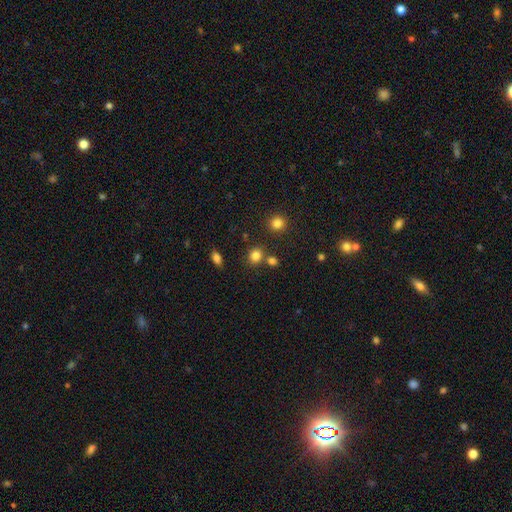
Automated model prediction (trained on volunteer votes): Smooth or featured? smooth (81%)
How rounded? round (77%)
Merging? none (73%)